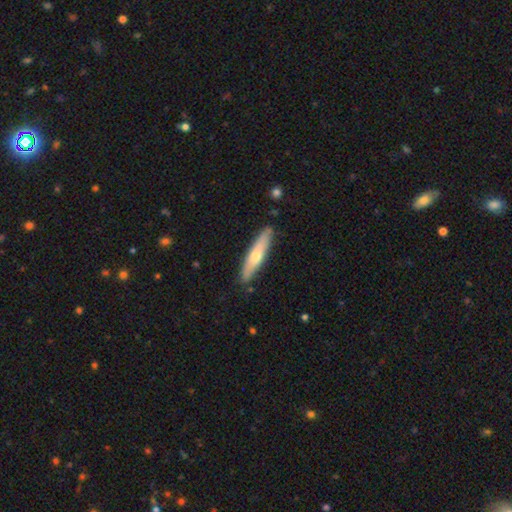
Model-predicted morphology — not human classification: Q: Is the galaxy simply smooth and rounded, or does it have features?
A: smooth — 53%.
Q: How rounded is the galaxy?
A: cigar-shaped — 85%.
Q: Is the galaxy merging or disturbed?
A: none — 86%.